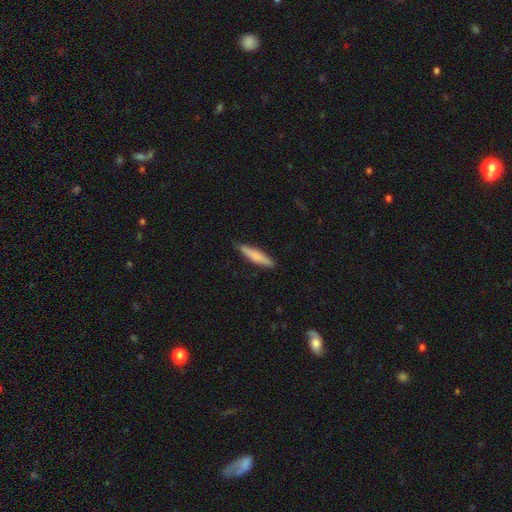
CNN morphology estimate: Q: Smooth or featured?
A: smooth (76%); runner-up: featured or disk (19%)
Q: How rounded?
A: cigar-shaped (87%); runner-up: in between (12%)
Q: Merging?
A: none (88%); runner-up: minor disturbance (10%)